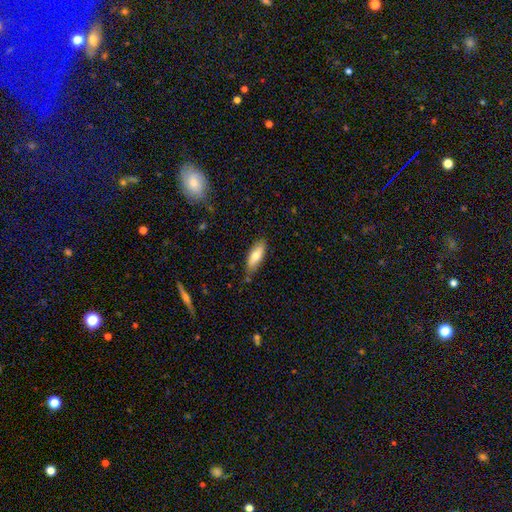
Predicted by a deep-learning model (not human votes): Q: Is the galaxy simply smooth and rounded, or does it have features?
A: smooth — 74%.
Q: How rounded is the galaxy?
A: in between — 69%.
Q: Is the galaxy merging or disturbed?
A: none — 76%.